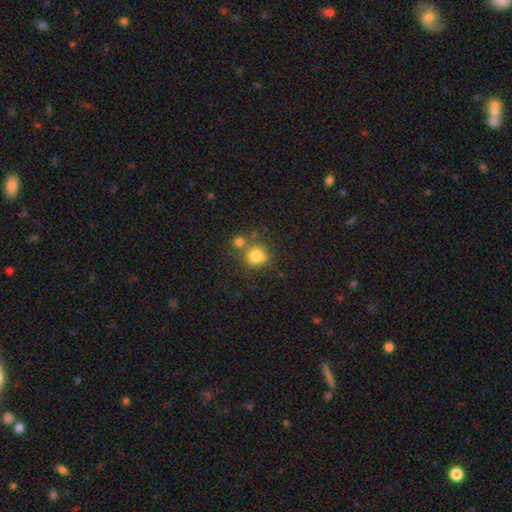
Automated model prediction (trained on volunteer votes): This appears to be a smooth galaxy with no disk features (77%) that is round (82%). Merging: none (53%).